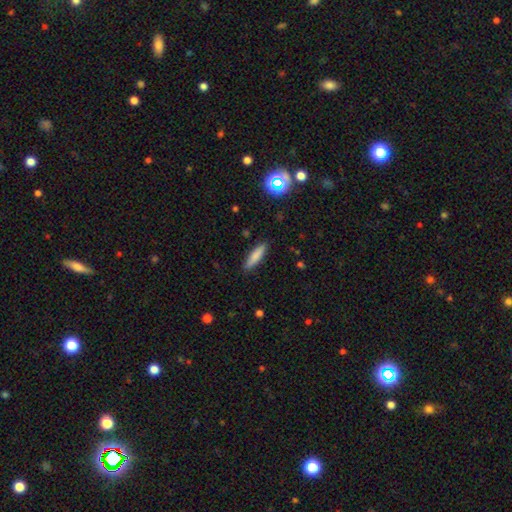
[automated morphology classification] Smooth or featured?
  - smooth: 78% *
  - featured or disk: 14%
  - star or artifact: 8%
How rounded?
  - cigar-shaped: 74% *
  - in between: 24%
  - round: 2%
Merging?
  - none: 88% *
  - minor disturbance: 9%
  - major disturbance: 2%
  - merger: 1%